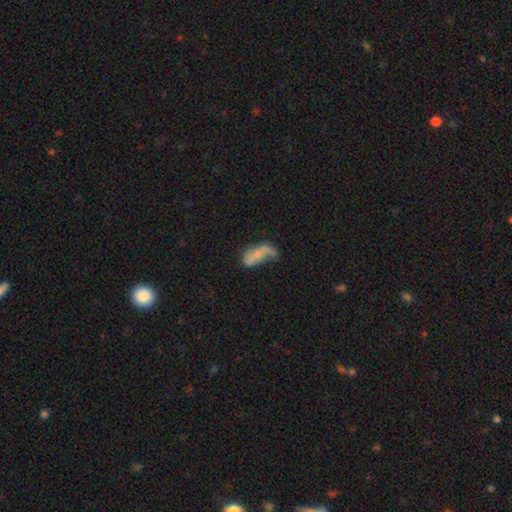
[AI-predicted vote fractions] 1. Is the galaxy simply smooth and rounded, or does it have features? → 49% smooth, 43% featured or disk, 8% star or artifact.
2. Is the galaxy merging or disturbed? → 32% major disturbance, 31% minor disturbance, 28% none, 8% merger.